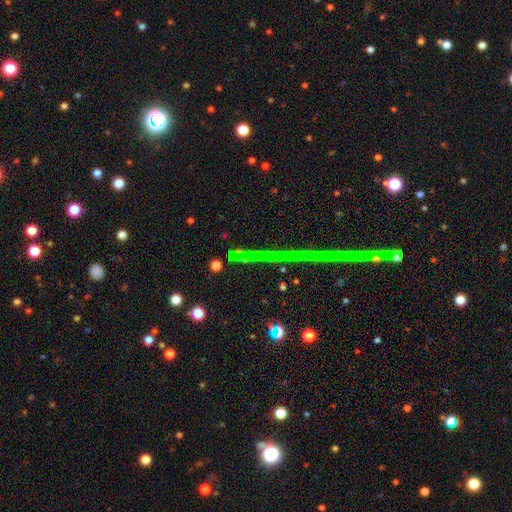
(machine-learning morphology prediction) Smooth or featured?
  - star or artifact: 70% *
  - featured or disk: 17%
  - smooth: 13%